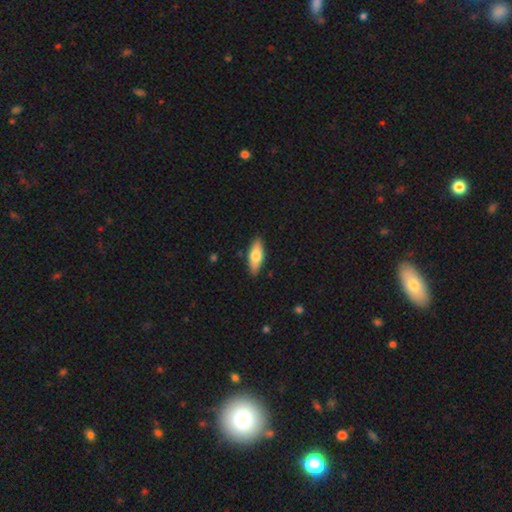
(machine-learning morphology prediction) A smooth galaxy with no disk features (69%) that is in between round and cigar-shaped (67%).

Vote fractions:
- Smooth or featured? smooth: 69% / featured or disk: 25% / star or artifact: 6%
- How rounded? in between: 67% / cigar-shaped: 30% / round: 2%
- Merging? none: 88% / minor disturbance: 9% / major disturbance: 2% / merger: 1%